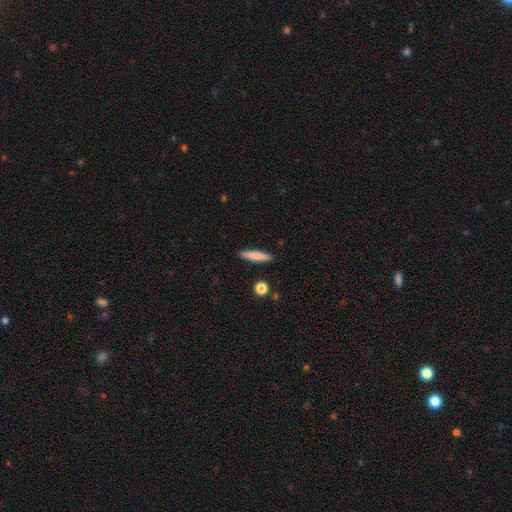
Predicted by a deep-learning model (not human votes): Smooth or featured?
  - smooth: 77% *
  - featured or disk: 16%
  - star or artifact: 6%
How rounded?
  - cigar-shaped: 85% *
  - in between: 13%
  - round: 2%
Merging?
  - none: 90% *
  - minor disturbance: 7%
  - merger: 2%
  - major disturbance: 2%